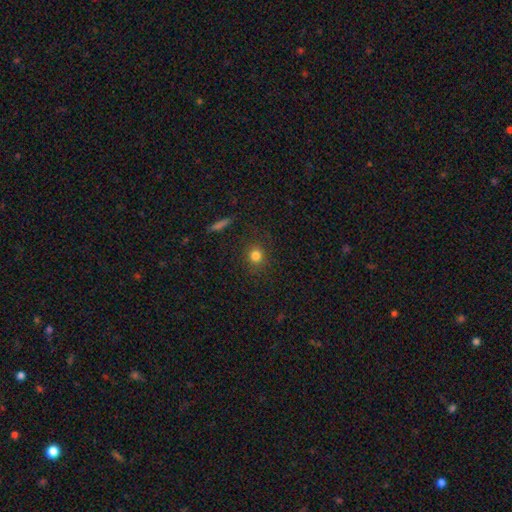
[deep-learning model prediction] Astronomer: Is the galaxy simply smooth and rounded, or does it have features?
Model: smooth — 81%.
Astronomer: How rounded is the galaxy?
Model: round — 88%.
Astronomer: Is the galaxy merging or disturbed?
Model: none — 88%.